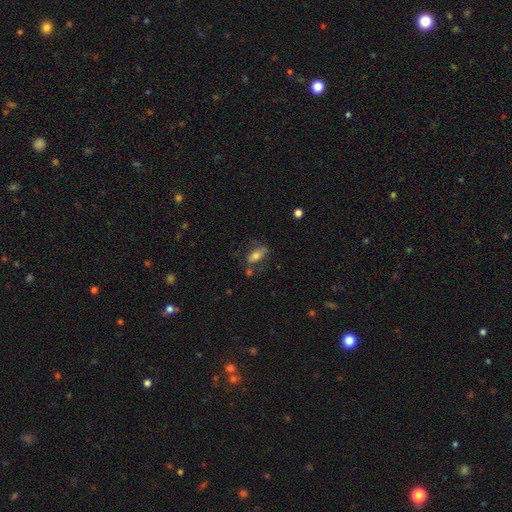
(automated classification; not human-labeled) A smooth galaxy with no disk features (68%) that is in between round and cigar-shaped (84%).

Vote fractions:
- Smooth or featured? smooth: 68% / featured or disk: 23% / star or artifact: 9%
- How rounded? in between: 84% / cigar-shaped: 12% / round: 5%
- Merging? none: 54% / minor disturbance: 23% / merger: 12% / major disturbance: 11%